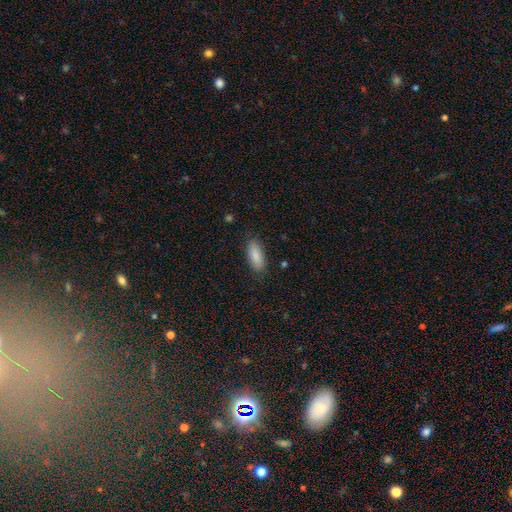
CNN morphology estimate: smooth 87%, featured or disk 7%, star or artifact 6%. Down the decision tree: how rounded — in between (74%); merging — none (85%).